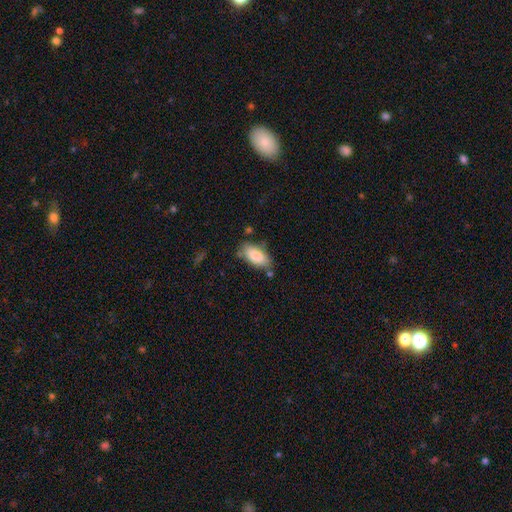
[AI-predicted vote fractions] smooth-or-featured: smooth: 85% | featured or disk: 9% | star or artifact: 6%
  how-rounded: in between: 90% | cigar-shaped: 7% | round: 2%
  merging: none: 70% | minor disturbance: 20% | merger: 5% | major disturbance: 5%